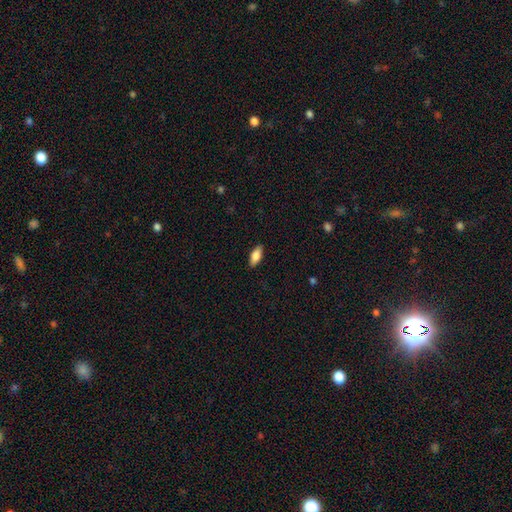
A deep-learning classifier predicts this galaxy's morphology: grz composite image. It shows a smooth galaxy with no disk features (80%) that is in between round and cigar-shaped (83%). Merging: none (89%).